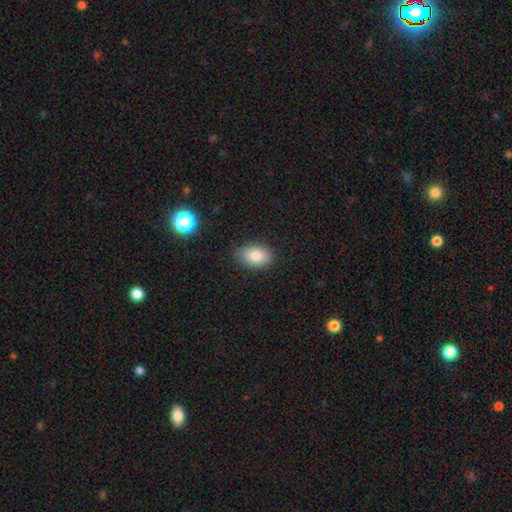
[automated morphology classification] Smooth or featured: smooth — 82% (star or artifact — 9%)
How rounded: in between — 85% (round — 14%)
Merging: none — 82% (minor disturbance — 14%)